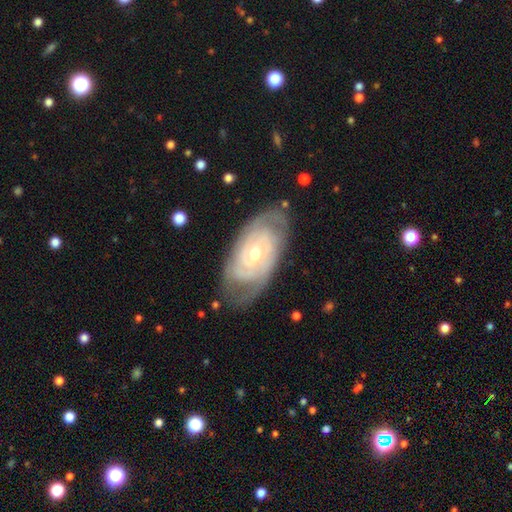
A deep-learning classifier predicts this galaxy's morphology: Smooth or featured?
  - featured or disk: 85% *
  - smooth: 10%
  - star or artifact: 5%
Edge-on disk?
  - no: 94% *
  - yes: 6%
Bar?
  - no: 71% *
  - weak: 23%
  - strong: 7%
Spiral arms?
  - yes: 94% *
  - no: 6%
Spiral winding?
  - tight: 75% *
  - medium: 21%
  - loose: 5%
Spiral arm count?
  - 2: 39% *
  - can't tell: 31%
  - 3: 16%
  - 4: 6%
  - 1: 4%
  - more than 4: 4%
Bulge size?
  - moderate: 51% *
  - small: 46%
  - large: 2%
  - none: 1%
  - dominant: 1%
Merging?
  - none: 77% *
  - minor disturbance: 16%
  - major disturbance: 5%
  - merger: 1%